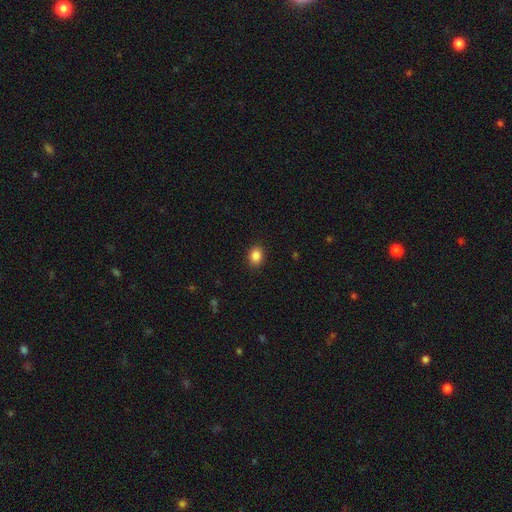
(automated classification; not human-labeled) smooth 87%, star or artifact 9%, featured or disk 4%. Down the decision tree: how rounded — in between (53%); merging — none (89%).